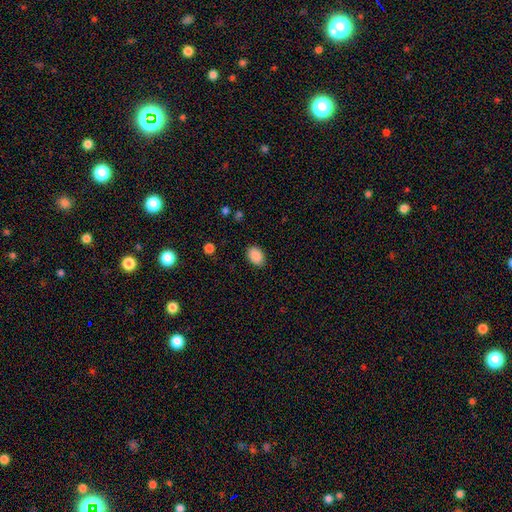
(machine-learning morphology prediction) This appears to be a smooth galaxy with no disk features (90%) that is in between round and cigar-shaped (81%). Merging: none (88%).